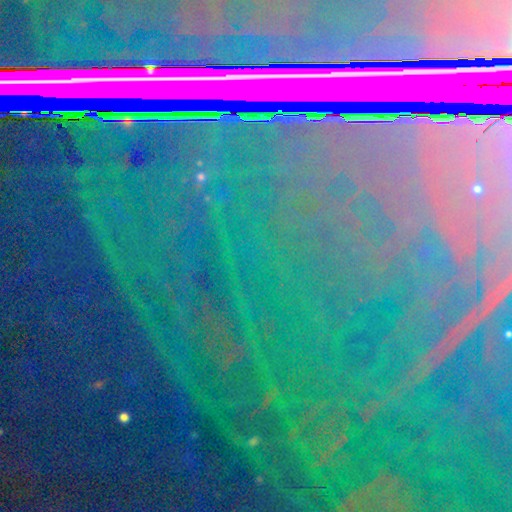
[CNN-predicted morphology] Smooth or featured? Predicted: star or artifact (p=0.87).